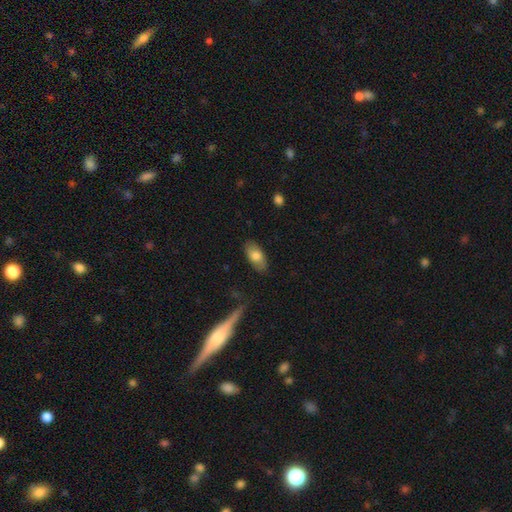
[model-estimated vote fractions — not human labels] Q: Smooth or featured?
A: smooth (75%); runner-up: featured or disk (18%)
Q: How rounded?
A: in between (92%); runner-up: cigar-shaped (5%)
Q: Merging?
A: none (83%); runner-up: minor disturbance (13%)